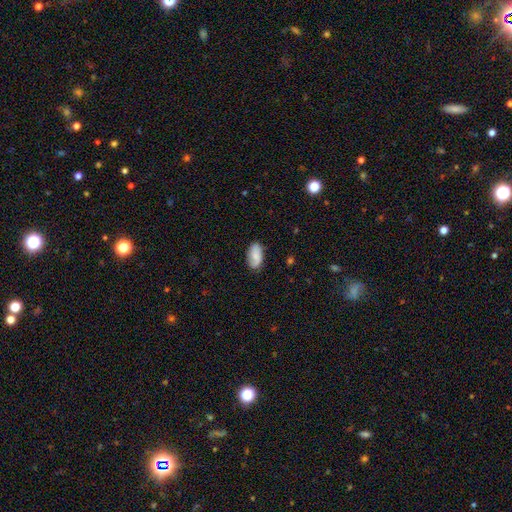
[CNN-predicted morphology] type=smooth (71%); roundness=in between (93%); merging=none (78%).